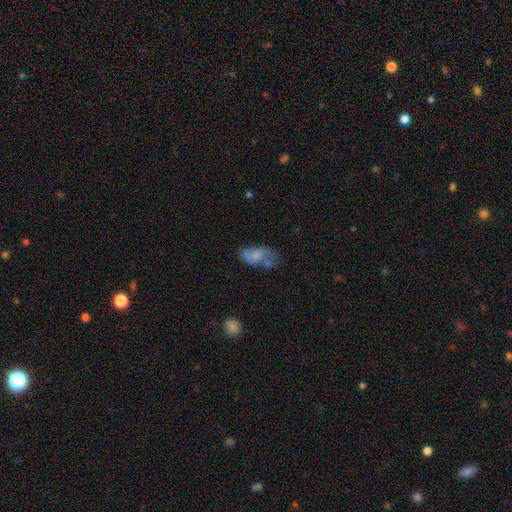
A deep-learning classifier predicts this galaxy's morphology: This appears to be a featured or disk galaxy (46%). Merging: none (43%).